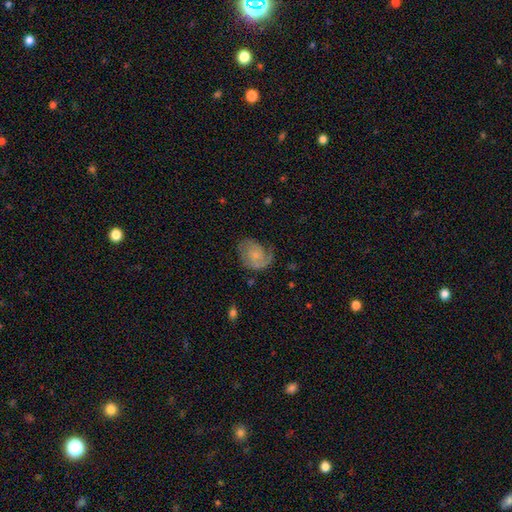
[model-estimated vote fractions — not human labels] smooth_or_featured: featured or disk (p=0.59) [alt: smooth p=0.34]
disk_edge_on: no (p=0.97) [alt: yes p=0.03]
bar: no (p=0.74) [alt: weak p=0.23]
has_spiral_arms: yes (p=0.87) [alt: no p=0.13]
spiral_winding: tight (p=0.40) [alt: medium p=0.38]
spiral_arm_count: 1 (p=0.47) [alt: 2 p=0.33]
bulge_size: small (p=0.56) [alt: moderate p=0.21]
merging: none (p=0.53) [alt: minor disturbance p=0.25]